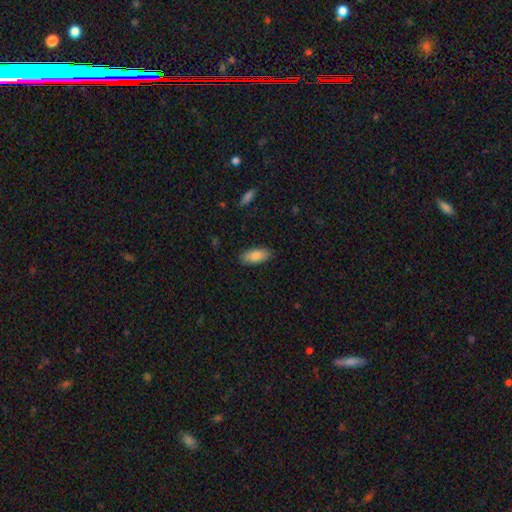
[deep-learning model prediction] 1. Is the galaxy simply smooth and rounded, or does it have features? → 86% smooth, 8% featured or disk, 6% star or artifact.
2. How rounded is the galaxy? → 85% in between, 13% cigar-shaped, 2% round.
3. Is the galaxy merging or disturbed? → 87% none, 10% minor disturbance, 2% major disturbance, 1% merger.